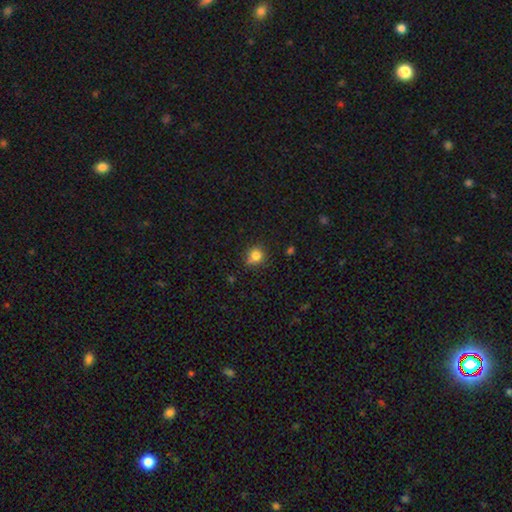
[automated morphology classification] A smooth galaxy with no disk features (82%) that is round (84%). Merging: none (76%).